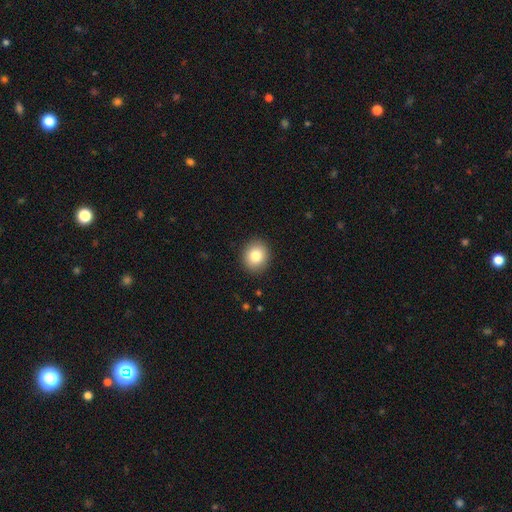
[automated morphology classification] smooth_or_featured: smooth (p=0.83) [alt: star or artifact p=0.09]
how_rounded: round (p=0.76) [alt: in between p=0.23]
merging: none (p=0.91) [alt: minor disturbance p=0.06]